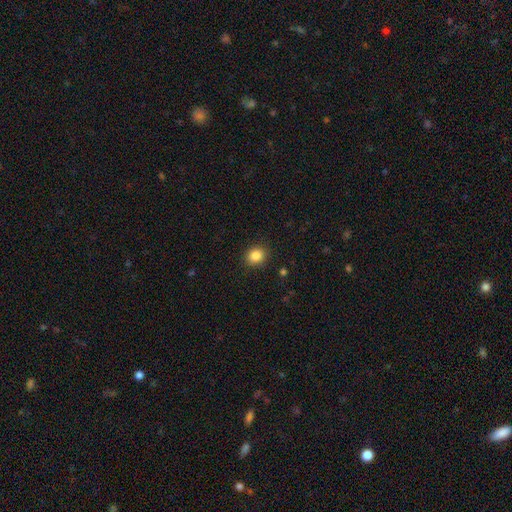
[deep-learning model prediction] This appears to be a smooth galaxy with no disk features (86%) that is round (69%). Merging: none (90%).